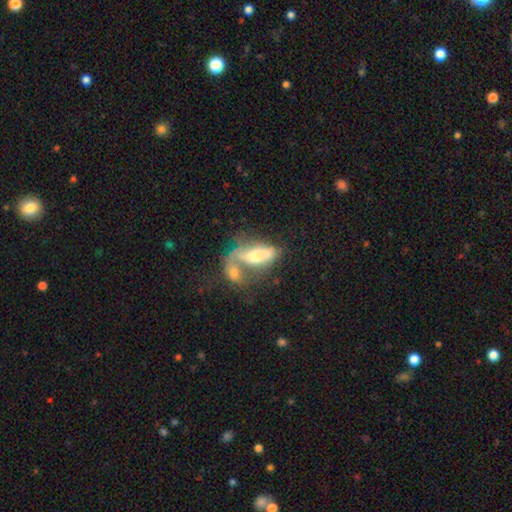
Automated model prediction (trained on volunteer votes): Smooth or featured?
  - featured or disk: 50% *
  - smooth: 42%
  - star or artifact: 8%
Merging?
  - merger: 59% *
  - major disturbance: 17%
  - none: 15%
  - minor disturbance: 10%